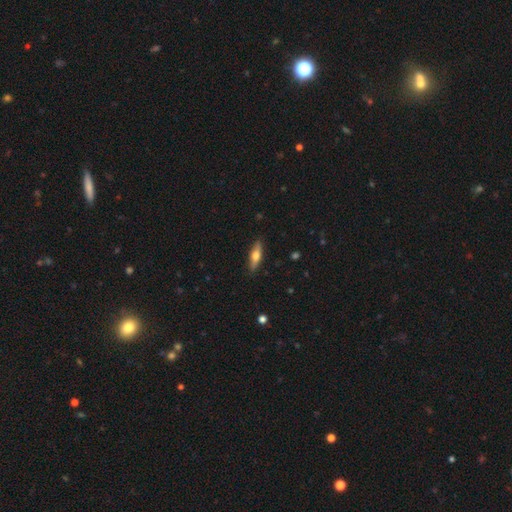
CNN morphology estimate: Q: Smooth or featured?
A: smooth (52%); runner-up: featured or disk (42%)
Q: How rounded?
A: cigar-shaped (59%); runner-up: in between (39%)
Q: Merging?
A: none (89%); runner-up: minor disturbance (8%)